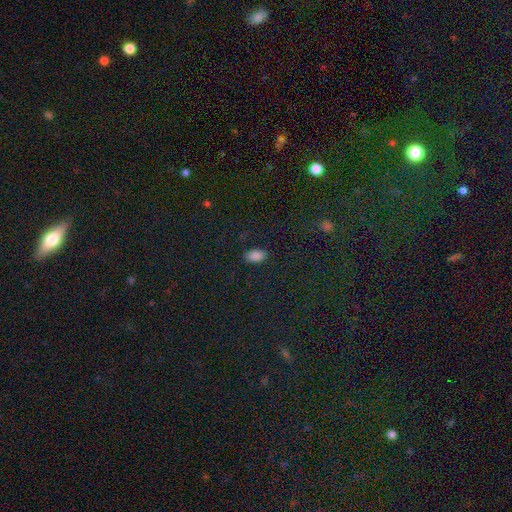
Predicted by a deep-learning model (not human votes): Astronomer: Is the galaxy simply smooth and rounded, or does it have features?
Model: smooth — 84%.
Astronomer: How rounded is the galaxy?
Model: in between — 94%.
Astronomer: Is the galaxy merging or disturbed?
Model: none — 87%.